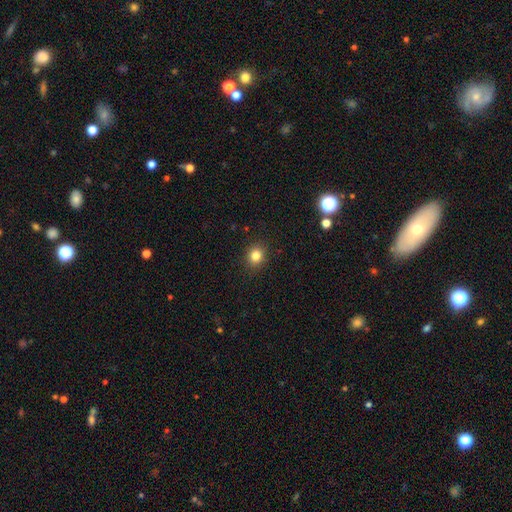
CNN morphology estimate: This appears to be a smooth galaxy with no disk features (83%) that is round (70%). Merging: none (89%).